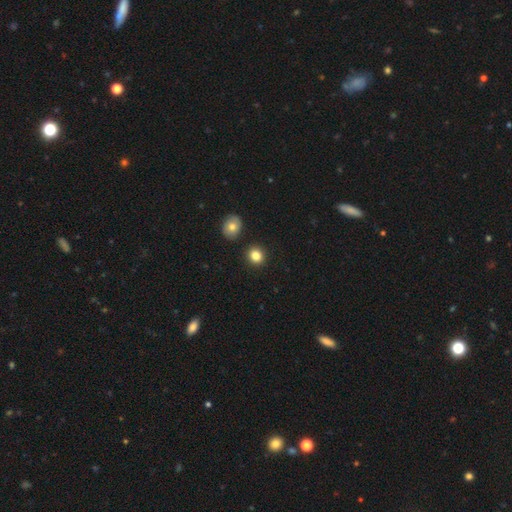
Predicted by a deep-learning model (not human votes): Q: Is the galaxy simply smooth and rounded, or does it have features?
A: smooth — 84%.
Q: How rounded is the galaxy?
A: round — 80%.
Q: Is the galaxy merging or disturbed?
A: none — 88%.